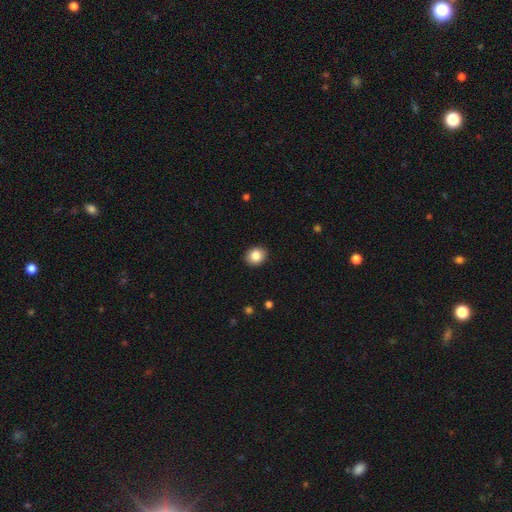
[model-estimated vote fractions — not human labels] This appears to be a smooth galaxy with no disk features (86%) that is round (66%). Merging: none (91%).